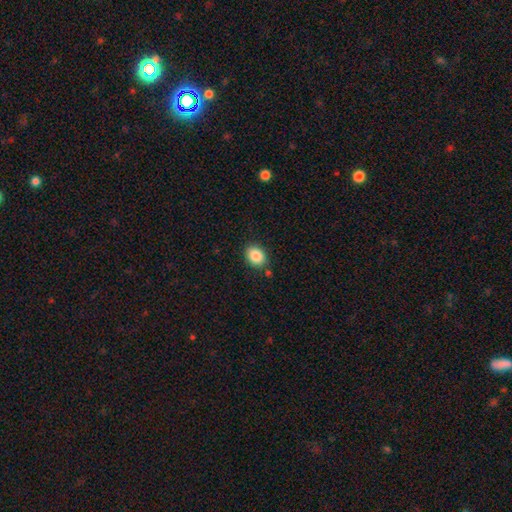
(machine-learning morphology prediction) Q: Smooth or featured?
A: smooth (86%); runner-up: star or artifact (9%)
Q: How rounded?
A: in between (52%); runner-up: round (47%)
Q: Merging?
A: none (83%); runner-up: minor disturbance (11%)